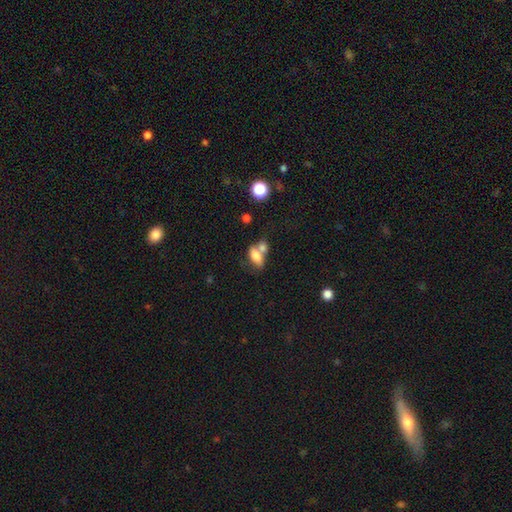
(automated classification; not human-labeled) smooth_or_featured: smooth (p=0.76) [alt: featured or disk p=0.15]
how_rounded: in between (p=0.84) [alt: round p=0.10]
merging: merger (p=0.55) [alt: none p=0.29]